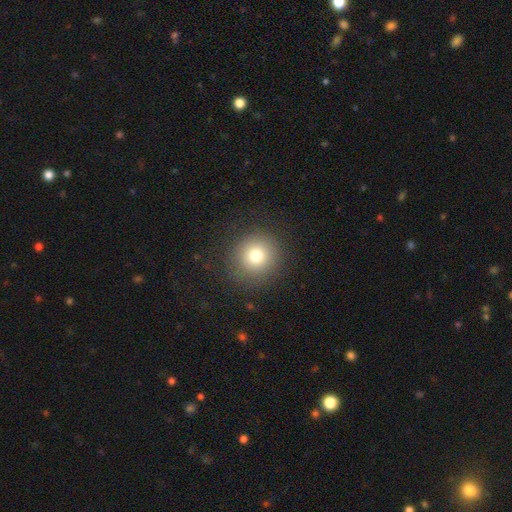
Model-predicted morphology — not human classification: A smooth galaxy with no disk features (77%) that is round (93%).

Vote fractions:
- Smooth or featured? smooth: 77% / star or artifact: 13% / featured or disk: 10%
- How rounded? round: 93% / in between: 7% / cigar-shaped: 1%
- Merging? none: 87% / minor disturbance: 8% / major disturbance: 4% / merger: 1%